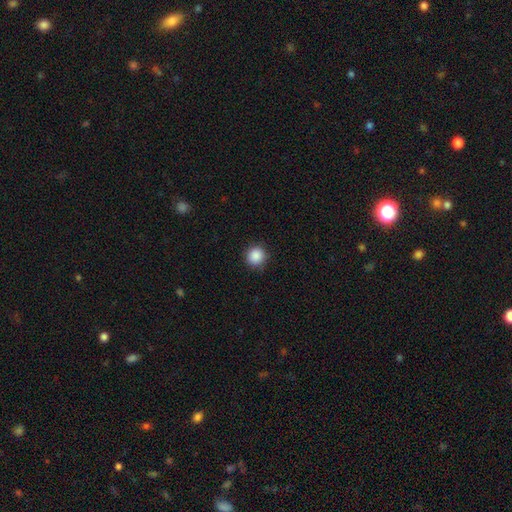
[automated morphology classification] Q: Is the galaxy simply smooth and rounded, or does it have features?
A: smooth — 88%.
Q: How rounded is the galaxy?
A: round — 94%.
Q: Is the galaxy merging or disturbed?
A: none — 90%.